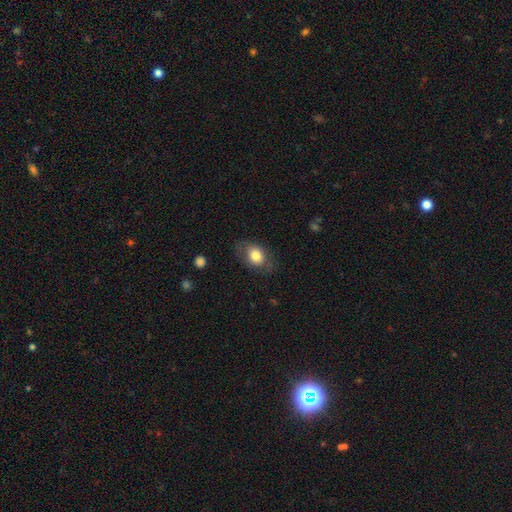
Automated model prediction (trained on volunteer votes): This appears to be a smooth galaxy with no disk features (77%) that is in between round and cigar-shaped (71%). Merging: none (69%).